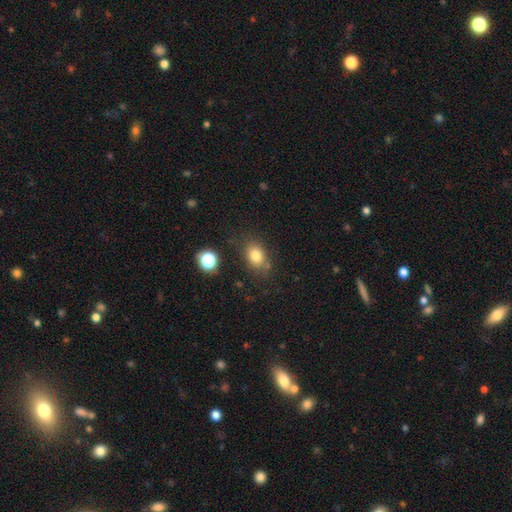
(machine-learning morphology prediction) Smooth or featured: smooth — 79% (star or artifact — 12%)
How rounded: in between — 68% (round — 30%)
Merging: none — 73% (minor disturbance — 16%)